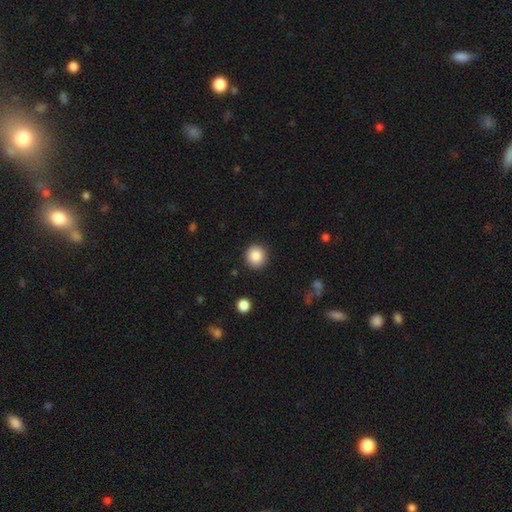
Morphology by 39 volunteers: Smooth or featured?
  - smooth: 87% *
  - star or artifact: 10%
  - featured or disk: 3%
How rounded?
  - round: 97% *
  - in between: 3%
  - cigar-shaped: 0%
Merging?
  - none: 86% *
  - minor disturbance: 6%
  - major disturbance: 6%
  - merger: 3%